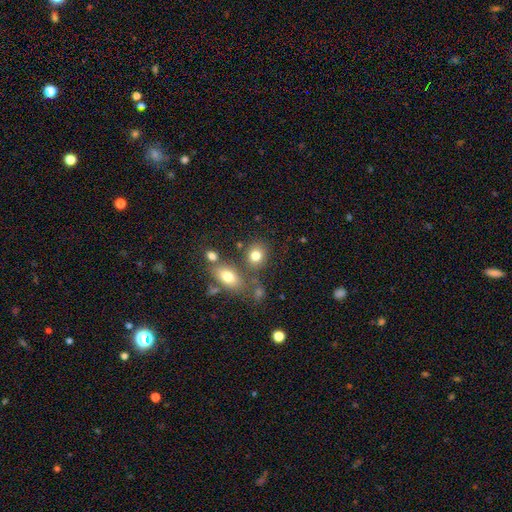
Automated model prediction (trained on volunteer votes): A smooth galaxy with no disk features (79%) that is round (59%).

Vote fractions:
- Smooth or featured? smooth: 79% / star or artifact: 12% / featured or disk: 9%
- How rounded? round: 59% / in between: 40% / cigar-shaped: 1%
- Merging? none: 66% / merger: 16% / minor disturbance: 12% / major disturbance: 5%